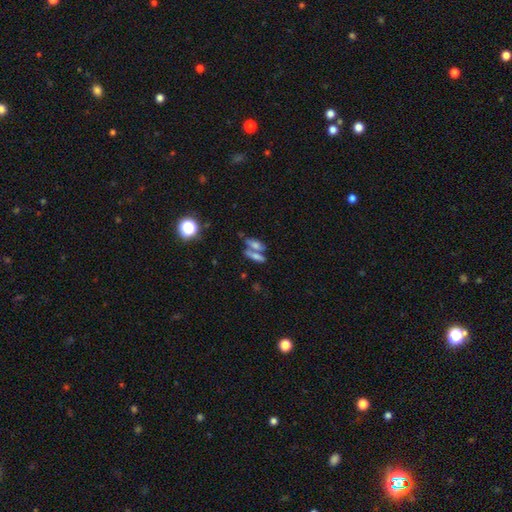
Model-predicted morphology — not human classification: Smooth or featured? smooth (55%)
How rounded? in between (49%)
Merging? merger (47%)